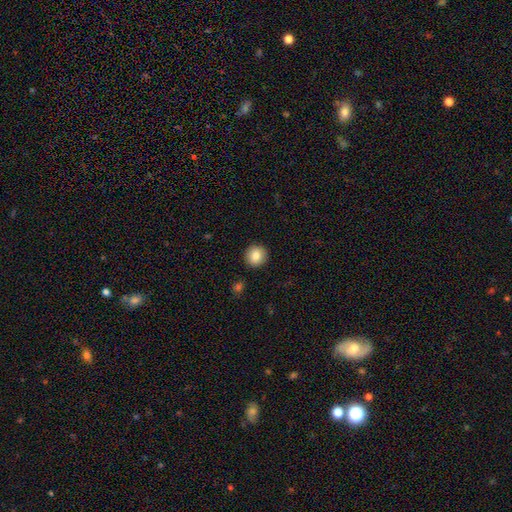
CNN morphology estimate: This is clearly a smooth galaxy (86%). How rounded: clearly round (92%). Merging: clearly none (92%).